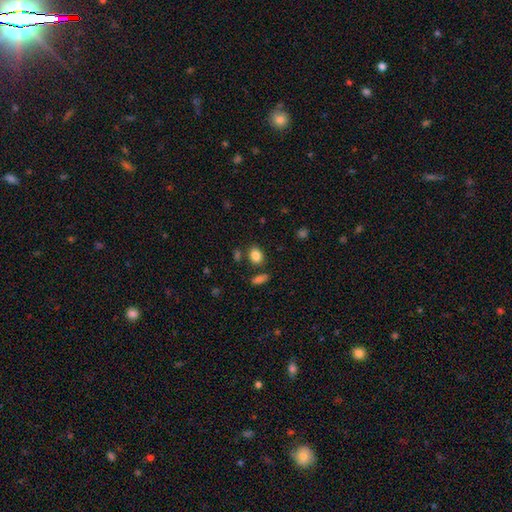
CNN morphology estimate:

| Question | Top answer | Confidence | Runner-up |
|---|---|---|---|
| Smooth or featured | smooth | 85% | star or artifact (10%) |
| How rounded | in between | 64% | round (34%) |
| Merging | none | 78% | minor disturbance (11%) |